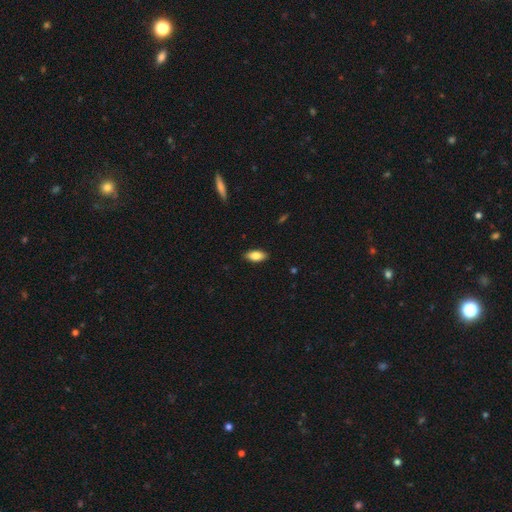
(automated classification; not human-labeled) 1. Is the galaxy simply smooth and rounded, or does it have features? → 84% smooth, 9% featured or disk, 7% star or artifact.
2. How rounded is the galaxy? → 89% in between, 9% cigar-shaped, 3% round.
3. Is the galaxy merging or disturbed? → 88% none, 9% minor disturbance, 2% major disturbance, 1% merger.